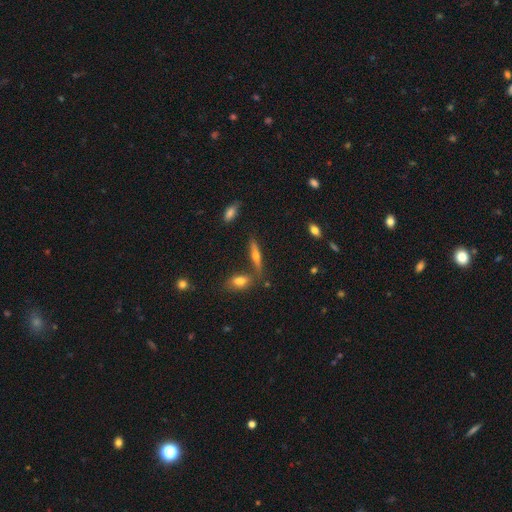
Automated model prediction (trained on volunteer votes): Morphology: type=featured or disk (54%); edge-on=yes (93%); edge-on bulge=rounded (91%); merging=none (71%).